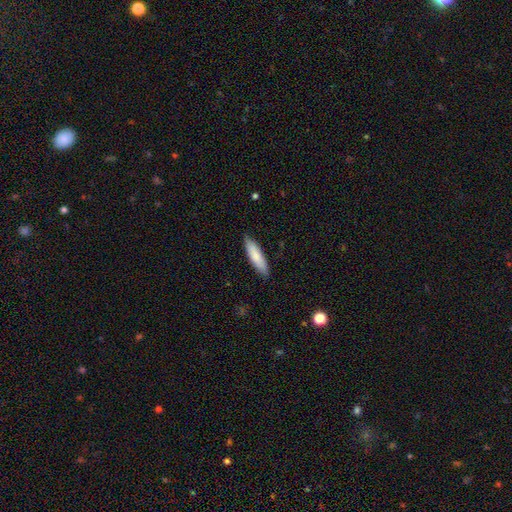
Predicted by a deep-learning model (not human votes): This appears to be a smooth galaxy with no disk features (82%) that is cigar-shaped (66%). Merging: none (85%).